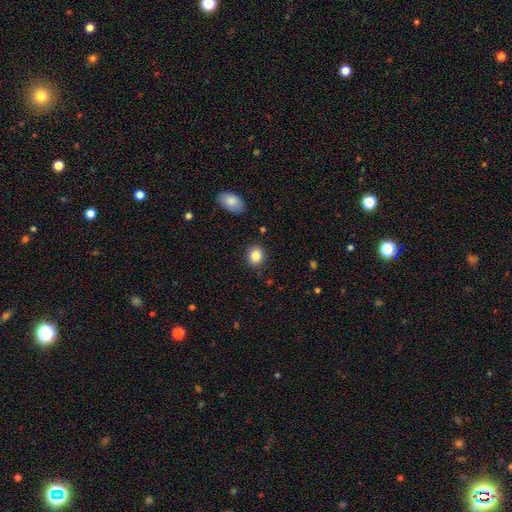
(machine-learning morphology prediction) The model was most divided on "how rounded": round: 65%, in between: 34%, cigar-shaped: 1%. More confident: merging — none (88%); smooth or featured — smooth (85%).